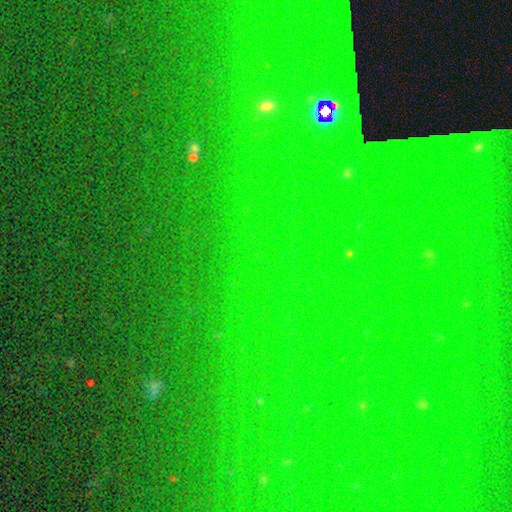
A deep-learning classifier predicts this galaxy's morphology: This appears to be a star or artifact, not a galaxy (77%).